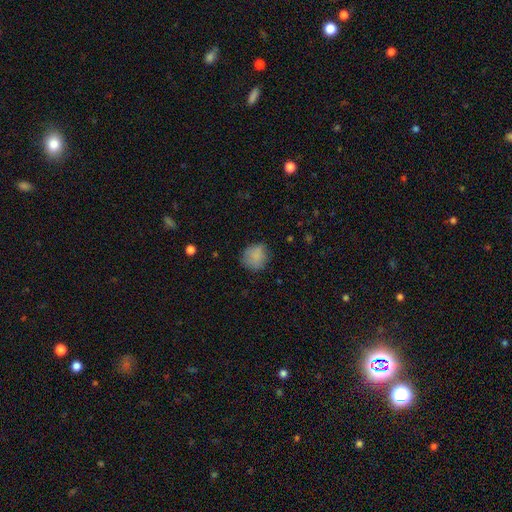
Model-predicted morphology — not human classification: The model was most divided on "merging": none: 75%, minor disturbance: 19%, major disturbance: 5%, merger: 1%. More confident: how rounded — round (84%); smooth or featured — smooth (83%).